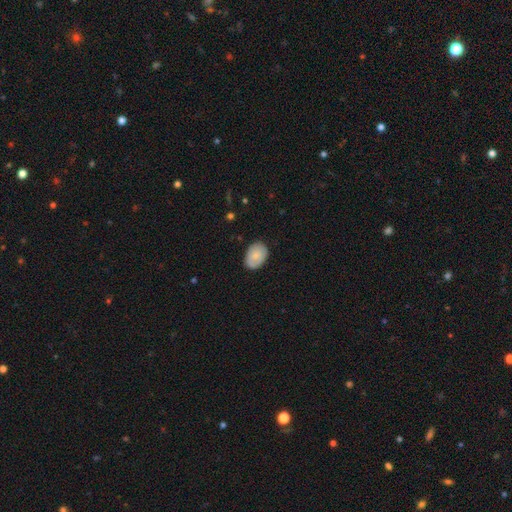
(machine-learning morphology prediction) The model was most divided on "smooth or featured": smooth: 75%, featured or disk: 19%, star or artifact: 6%. More confident: merging — none (82%); how rounded — in between (81%).